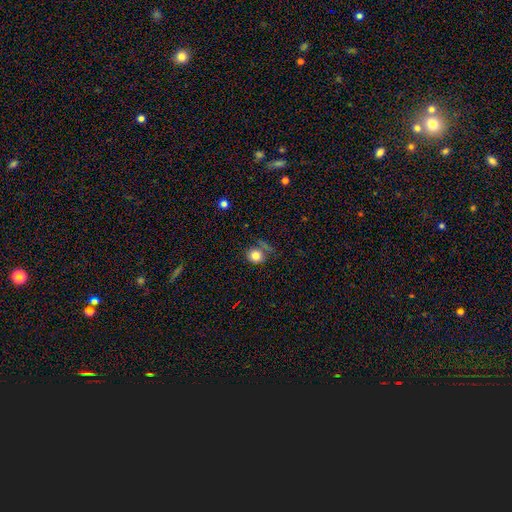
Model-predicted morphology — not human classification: smooth_or_featured: smooth (p=0.81) [alt: star or artifact p=0.11]
how_rounded: round (p=0.79) [alt: in between p=0.20]
merging: none (p=0.62) [alt: minor disturbance p=0.20]